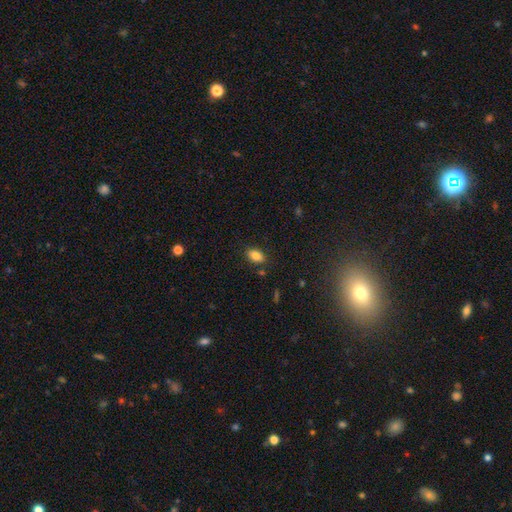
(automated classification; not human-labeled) smooth-or-featured: smooth: 83% | star or artifact: 9% | featured or disk: 8%
  how-rounded: in between: 89% | round: 8% | cigar-shaped: 3%
  merging: none: 83% | minor disturbance: 11% | merger: 3% | major disturbance: 3%